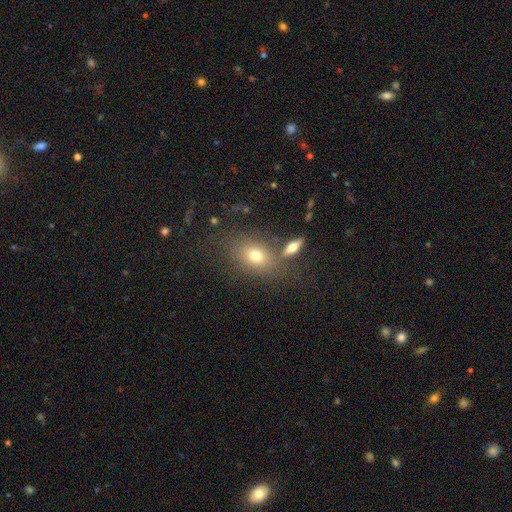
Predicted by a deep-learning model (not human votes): Smooth or featured? smooth (72%)
How rounded? in between (69%)
Merging? none (67%)